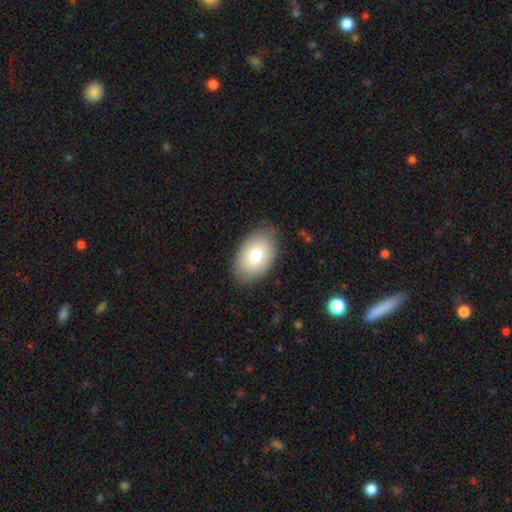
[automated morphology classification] This is likely a smooth galaxy (77%). How rounded: clearly in between (89%). Merging: clearly none (82%).